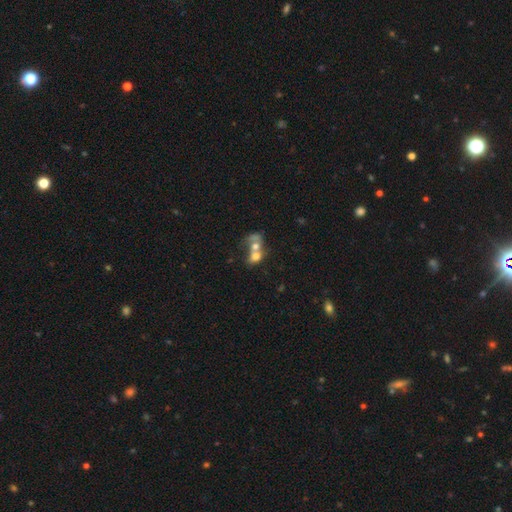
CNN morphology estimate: The model was most divided on "how rounded": in between: 57%, round: 41%, cigar-shaped: 2%. More confident: merging — merger (76%); smooth or featured — smooth (59%).